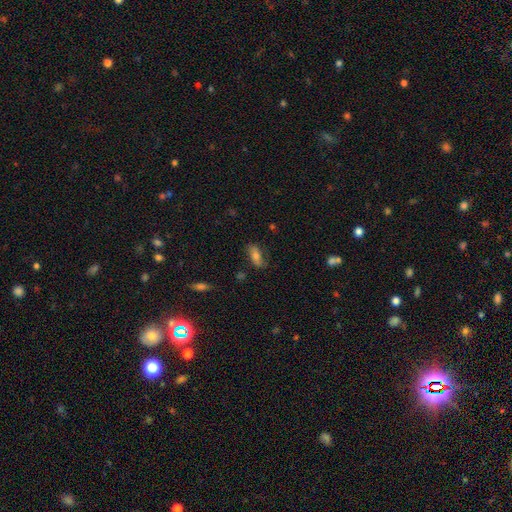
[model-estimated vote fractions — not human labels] Smooth or featured?
  - smooth: 66% *
  - featured or disk: 25%
  - star or artifact: 9%
How rounded?
  - in between: 81% *
  - cigar-shaped: 16%
  - round: 4%
Merging?
  - none: 72% *
  - minor disturbance: 21%
  - major disturbance: 6%
  - merger: 2%